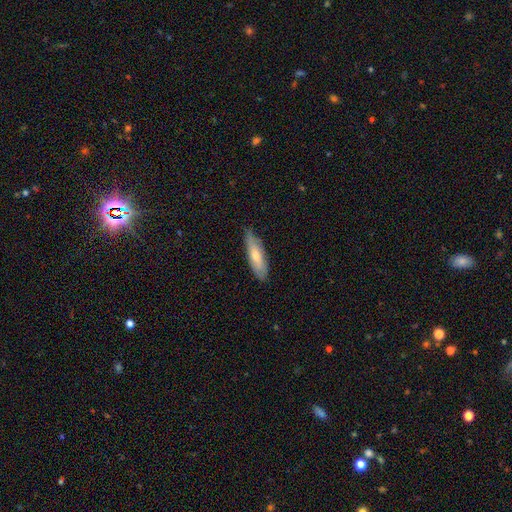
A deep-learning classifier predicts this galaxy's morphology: smooth-or-featured: smooth: 57% | featured or disk: 37% | star or artifact: 6%
  how-rounded: cigar-shaped: 58% | in between: 40% | round: 2%
  merging: none: 78% | minor disturbance: 19% | major disturbance: 3% | merger: 1%